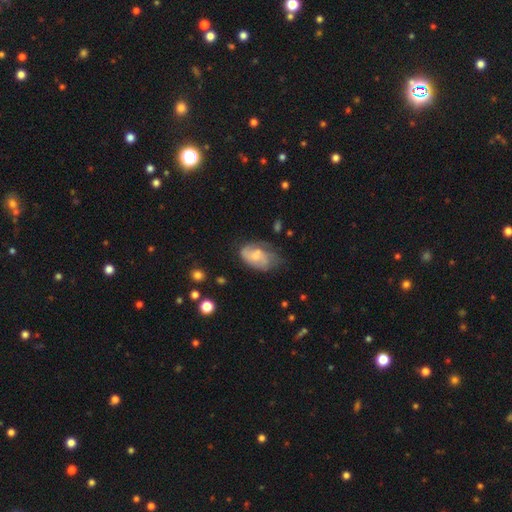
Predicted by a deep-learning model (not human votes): Smooth or featured?
  - smooth: 48% *
  - featured or disk: 44%
  - star or artifact: 8%
Merging?
  - none: 43% *
  - minor disturbance: 33%
  - major disturbance: 20%
  - merger: 4%